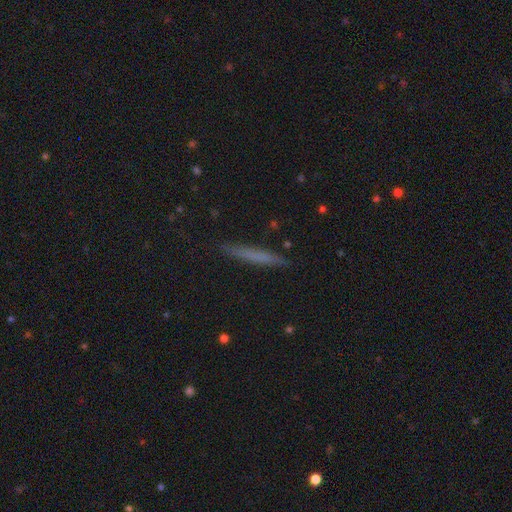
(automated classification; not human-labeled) Morphology: type=smooth (59%); roundness=cigar-shaped (96%); merging=none (89%).